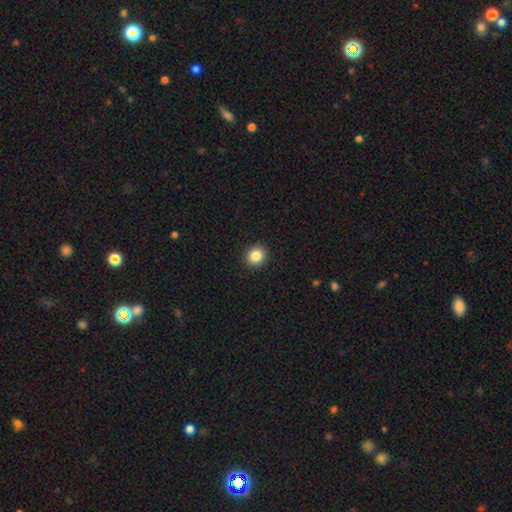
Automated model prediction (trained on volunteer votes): Morphology: type=smooth (84%); roundness=round (84%); merging=none (92%).